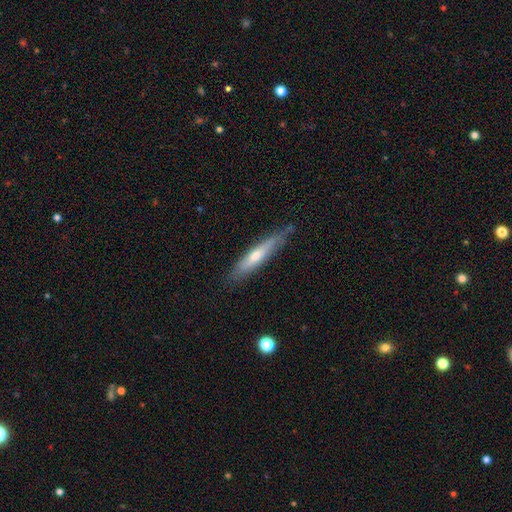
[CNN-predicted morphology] Overall: smooth (51%; featured or disk 43%). How rounded: cigar-shaped (87%). Merging: none (77%).